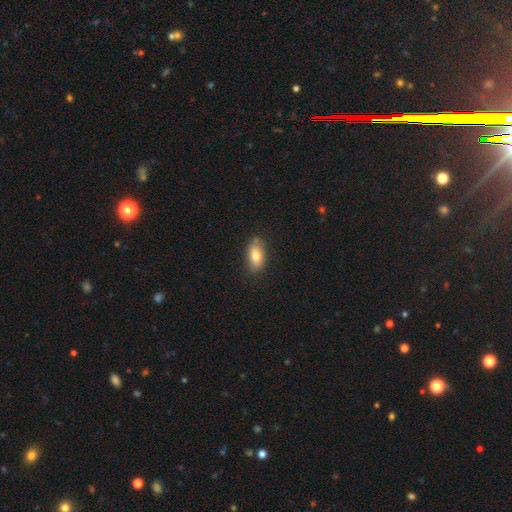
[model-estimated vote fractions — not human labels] smooth_or_featured: smooth (p=0.79) [alt: featured or disk p=0.14]
how_rounded: in between (p=0.88) [alt: cigar-shaped p=0.07]
merging: none (p=0.79) [alt: minor disturbance p=0.17]